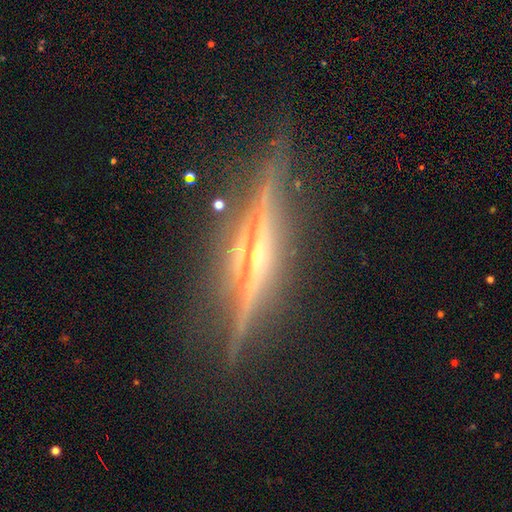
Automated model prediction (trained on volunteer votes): Overall: featured or disk (85%). Edge-on disk: yes (97%). Edge-on bulge: rounded (70%). Merging: none (83%).